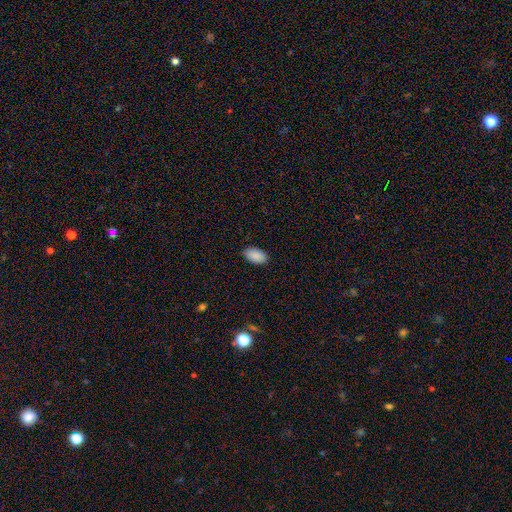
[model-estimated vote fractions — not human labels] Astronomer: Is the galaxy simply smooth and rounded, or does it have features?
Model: smooth — 90%.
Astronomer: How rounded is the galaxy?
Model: in between — 95%.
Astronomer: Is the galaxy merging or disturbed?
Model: none — 88%.